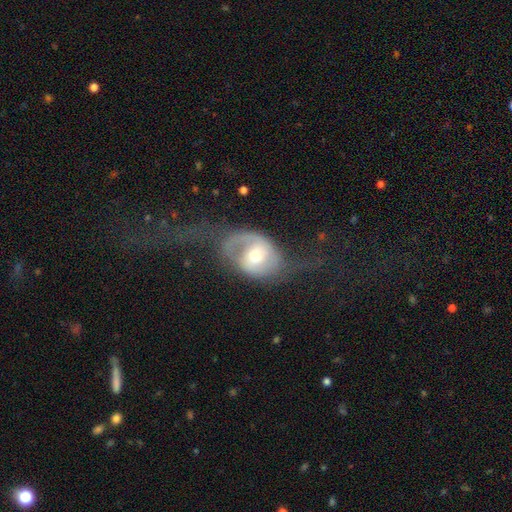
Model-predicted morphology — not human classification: type=featured or disk (63%); edge-on=no (96%); bar=no (52%); spiral arms=yes (74%); bulge=moderate (57%); merging=major disturbance (48%).